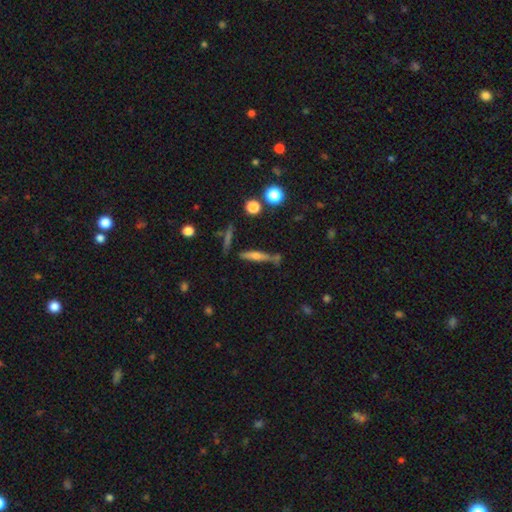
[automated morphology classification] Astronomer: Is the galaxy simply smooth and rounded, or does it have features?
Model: featured or disk — 50% (runner-up: smooth, 39%).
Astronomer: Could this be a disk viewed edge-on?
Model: yes — 91%.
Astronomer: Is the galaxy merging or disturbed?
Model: none — 66%.